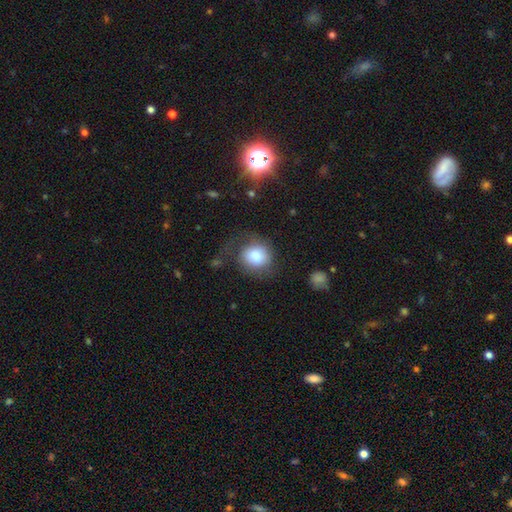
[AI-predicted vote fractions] Morphology: type=smooth (77%); roundness=round (77%); merging=none (52%).